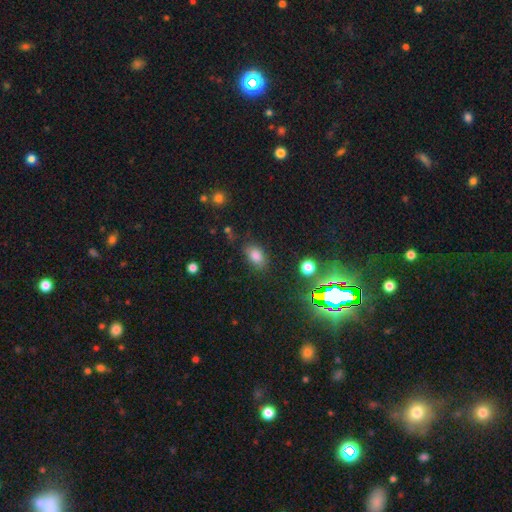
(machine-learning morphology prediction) This appears to be a smooth galaxy with no disk features (78%) that is in between round and cigar-shaped (86%). Merging: none (77%).